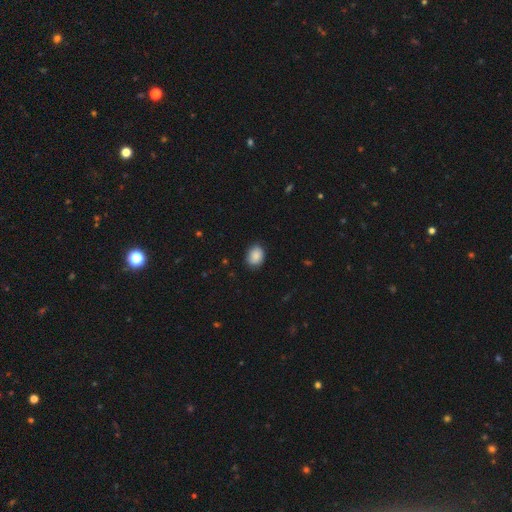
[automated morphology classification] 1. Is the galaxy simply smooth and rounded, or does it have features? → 88% smooth, 7% star or artifact, 5% featured or disk.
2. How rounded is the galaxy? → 64% in between, 35% round, 1% cigar-shaped.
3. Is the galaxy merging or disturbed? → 83% none, 14% minor disturbance, 3% major disturbance, 1% merger.